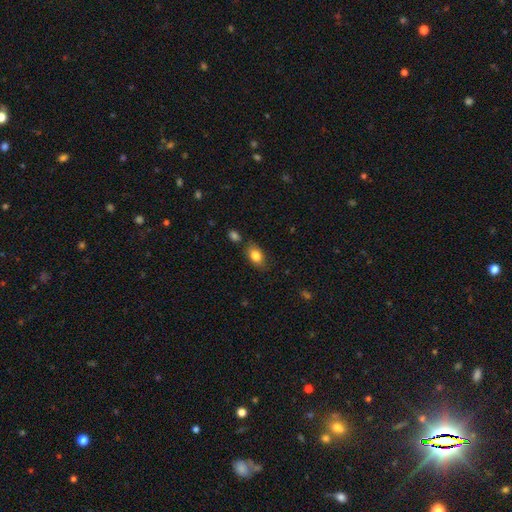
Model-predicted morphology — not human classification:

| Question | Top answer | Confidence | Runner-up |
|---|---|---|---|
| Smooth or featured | smooth | 83% | featured or disk (9%) |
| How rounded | in between | 86% | round (12%) |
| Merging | none | 75% | minor disturbance (16%) |